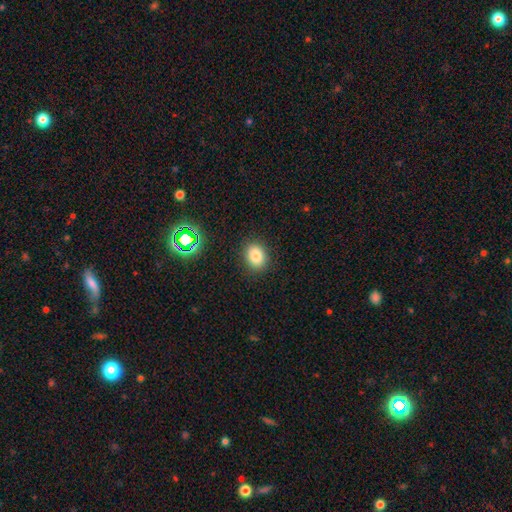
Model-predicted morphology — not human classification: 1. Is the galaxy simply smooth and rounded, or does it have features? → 82% smooth, 12% star or artifact, 6% featured or disk.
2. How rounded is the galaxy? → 54% in between, 45% round, 1% cigar-shaped.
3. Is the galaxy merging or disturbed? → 88% none, 8% minor disturbance, 3% major disturbance, 1% merger.